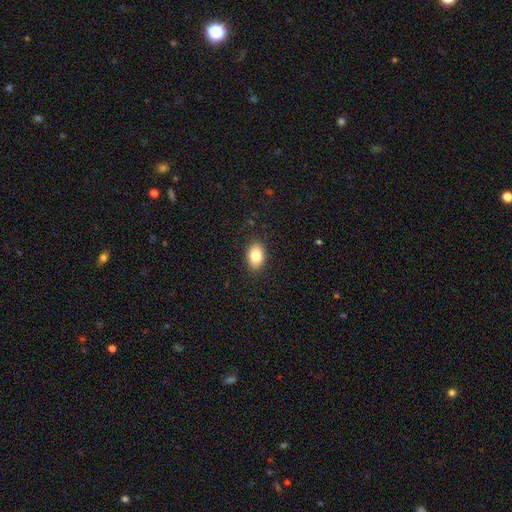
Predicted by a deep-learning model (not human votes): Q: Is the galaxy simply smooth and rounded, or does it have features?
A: smooth — 83%.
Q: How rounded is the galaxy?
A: in between — 85%.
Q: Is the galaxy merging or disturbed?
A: none — 88%.